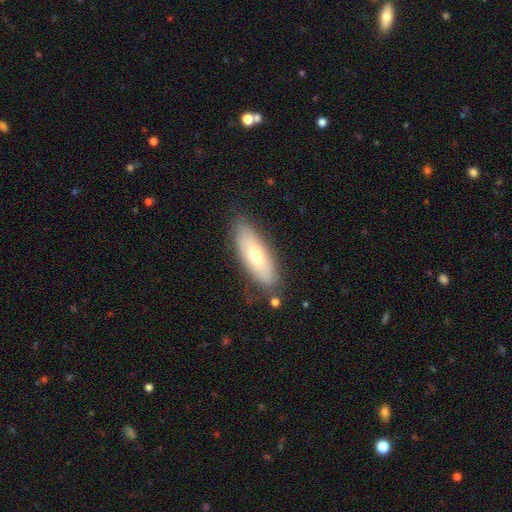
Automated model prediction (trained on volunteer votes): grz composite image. It shows a smooth galaxy with no disk features (64%) that is in between round and cigar-shaped (69%). Merging: none (77%).